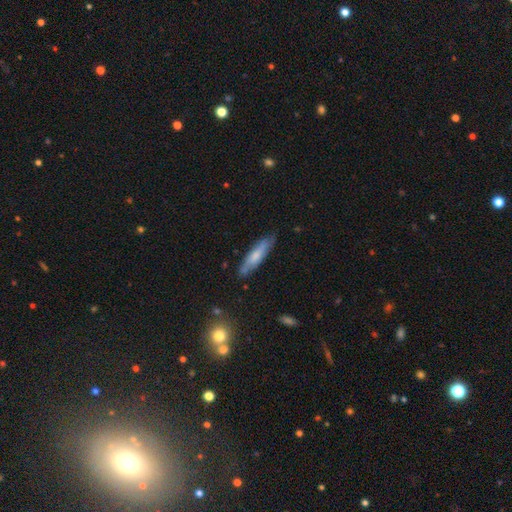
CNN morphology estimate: Smooth or featured? Predicted: smooth (p=0.61). How rounded? Predicted: cigar-shaped (p=0.78). Merging? Predicted: none (p=0.79).